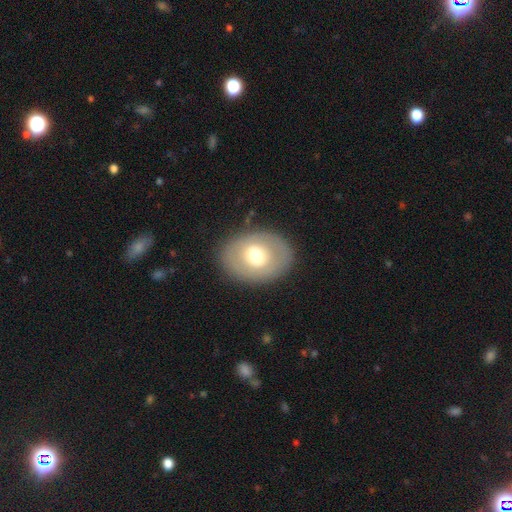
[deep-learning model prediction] A smooth galaxy with no disk features (57%) that is in between round and cigar-shaped (63%). Merging: none (84%).